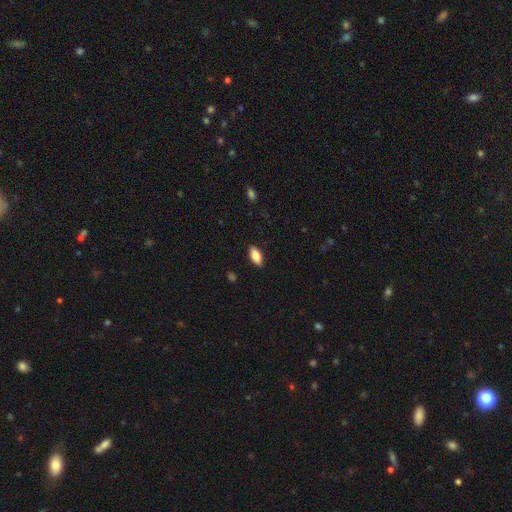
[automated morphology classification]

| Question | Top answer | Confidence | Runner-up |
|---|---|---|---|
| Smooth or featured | smooth | 84% | featured or disk (10%) |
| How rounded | in between | 89% | cigar-shaped (8%) |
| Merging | none | 88% | minor disturbance (9%) |